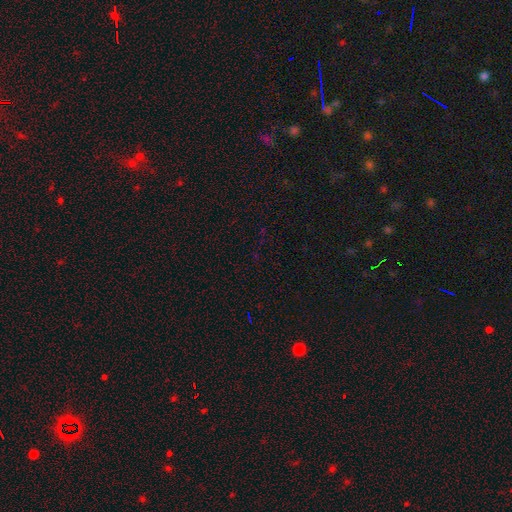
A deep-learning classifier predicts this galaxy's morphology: The model was most divided on "smooth or featured": star or artifact: 71%, smooth: 22%, featured or disk: 7%.